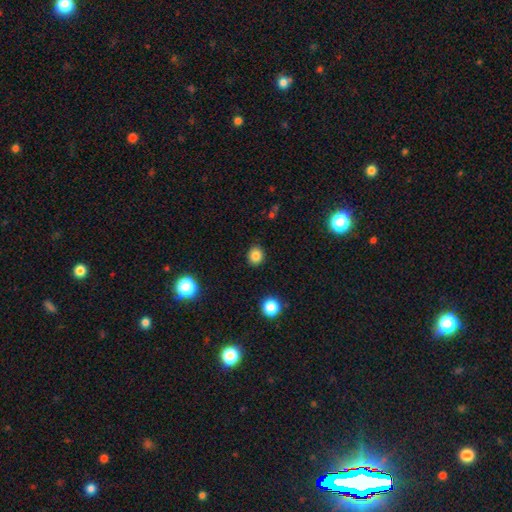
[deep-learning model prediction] This is clearly a smooth galaxy (83%). How rounded: likely round (78%). Merging: clearly none (89%).